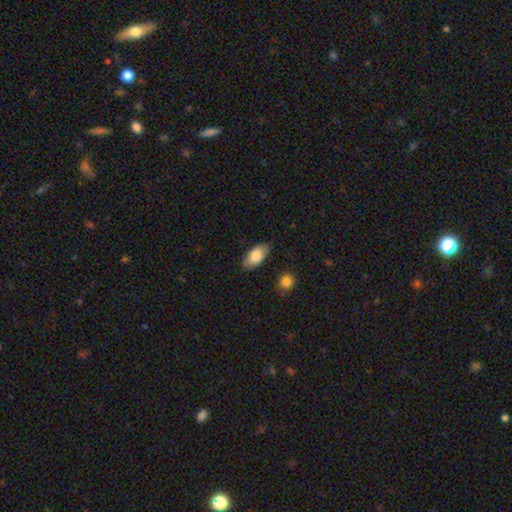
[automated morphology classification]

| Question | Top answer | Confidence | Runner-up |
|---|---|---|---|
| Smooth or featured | smooth | 83% | featured or disk (11%) |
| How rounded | in between | 92% | cigar-shaped (5%) |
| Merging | none | 81% | minor disturbance (14%) |